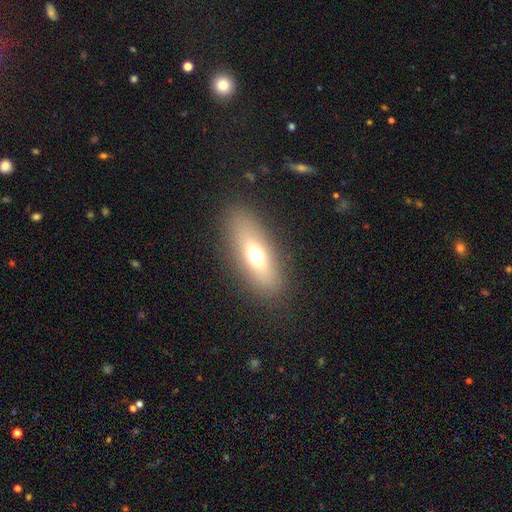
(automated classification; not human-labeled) Morphology: type=smooth (61%); roundness=in between (64%); merging=none (85%).